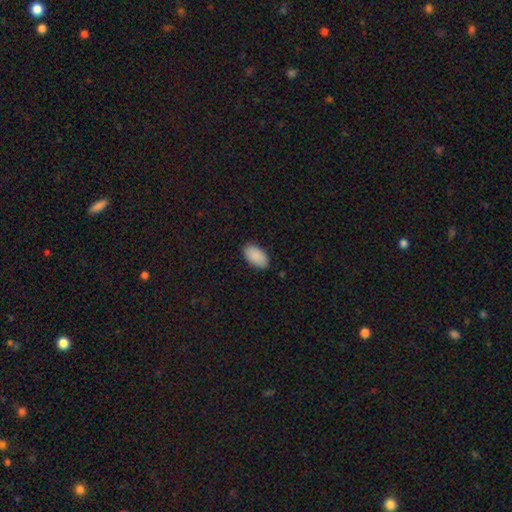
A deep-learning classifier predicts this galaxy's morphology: smooth 90%, star or artifact 6%, featured or disk 3%. Down the decision tree: how rounded — in between (95%); merging — none (86%).